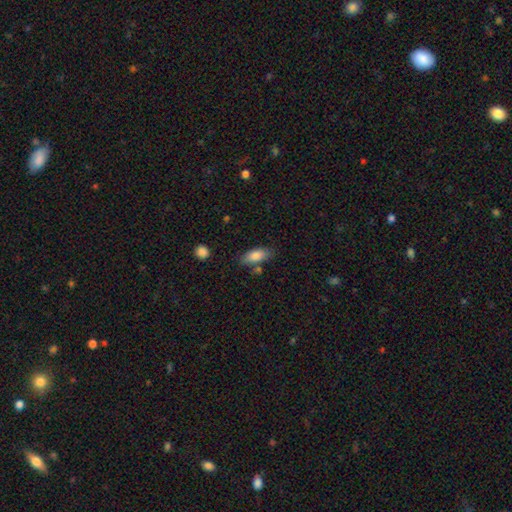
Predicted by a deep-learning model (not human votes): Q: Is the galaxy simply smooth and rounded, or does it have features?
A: smooth — 83%.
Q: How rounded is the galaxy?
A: in between — 84%.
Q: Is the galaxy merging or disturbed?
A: none — 74%.